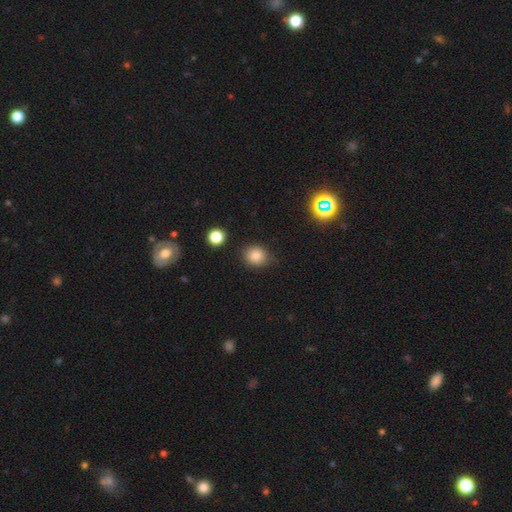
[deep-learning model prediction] Smooth or featured? Predicted: smooth (p=0.82). How rounded? Predicted: round (p=0.75). Merging? Predicted: none (p=0.78).